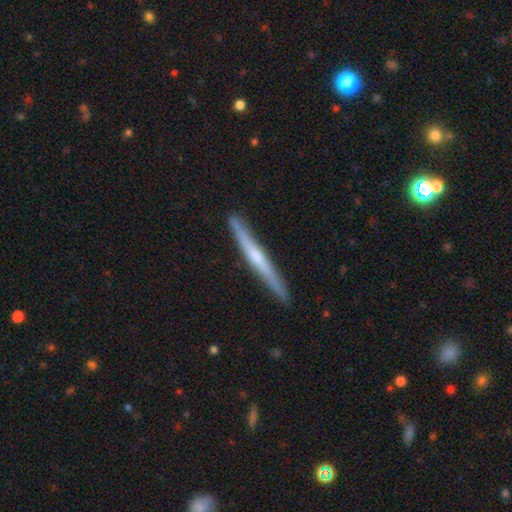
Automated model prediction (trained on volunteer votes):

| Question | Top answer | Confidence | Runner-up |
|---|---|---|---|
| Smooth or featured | featured or disk | 61% | smooth (34%) |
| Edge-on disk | yes | 97% | no (3%) |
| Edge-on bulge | rounded | 49% | none (41%) |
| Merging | none | 90% | minor disturbance (7%) |